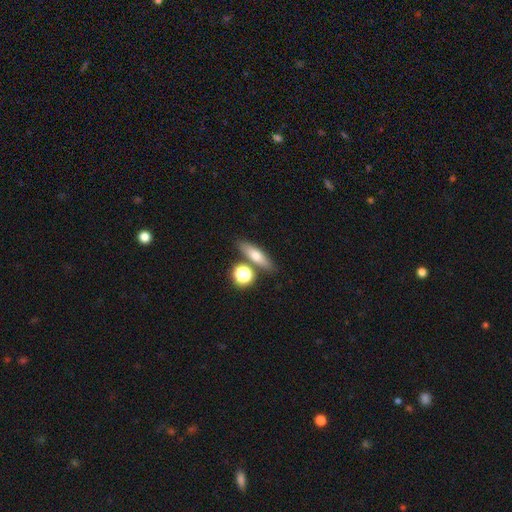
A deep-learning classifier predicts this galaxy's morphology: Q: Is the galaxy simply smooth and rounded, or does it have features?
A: smooth — 64%.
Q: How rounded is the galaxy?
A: cigar-shaped — 49%.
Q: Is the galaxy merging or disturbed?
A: none — 74%.